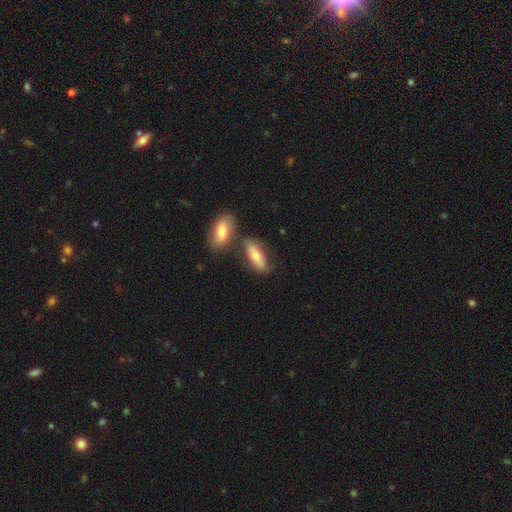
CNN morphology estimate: Smooth or featured? Predicted: smooth (p=0.69). How rounded? Predicted: in between (p=0.68). Merging? Predicted: none (p=0.64).